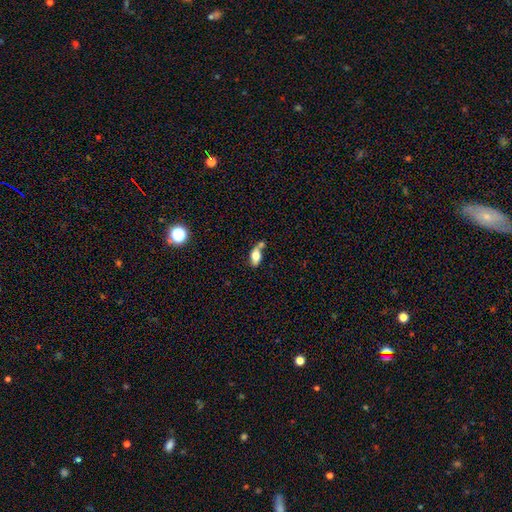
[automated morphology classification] A smooth galaxy with no disk features (70%) that is in between round and cigar-shaped (86%). Merging: none (43%).